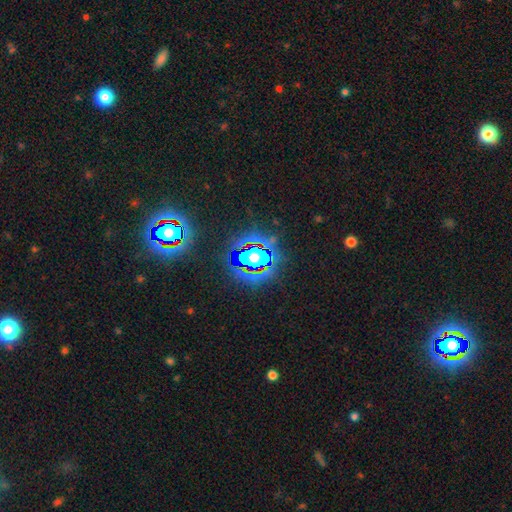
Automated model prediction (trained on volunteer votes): Smooth or featured: star or artifact — 80% (smooth — 11%)